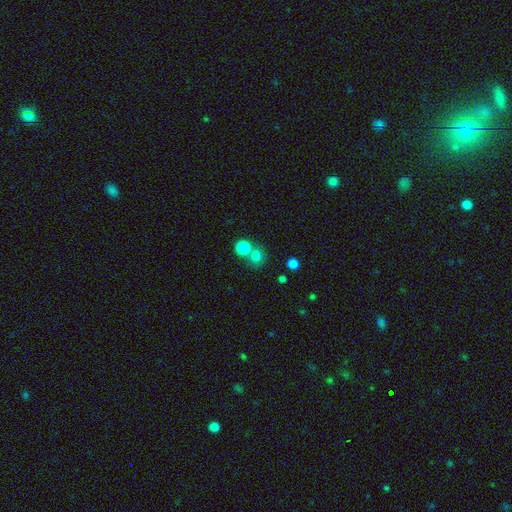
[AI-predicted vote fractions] The model was most divided on "merging": none: 56%, merger: 33%, minor disturbance: 7%, major disturbance: 4%. More confident: how rounded — round (84%); smooth or featured — smooth (77%).